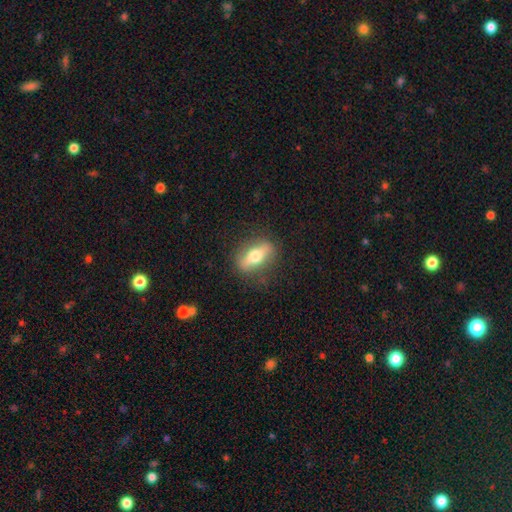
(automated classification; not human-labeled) Smooth or featured? featured or disk (54%)
Edge-on disk? yes (65%)
Merging? none (83%)